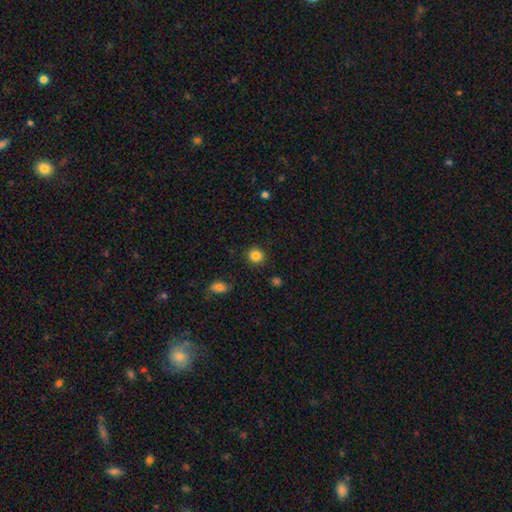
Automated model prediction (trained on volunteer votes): Smooth or featured? Predicted: smooth (p=0.84). How rounded? Predicted: round (p=0.89). Merging? Predicted: none (p=0.90).